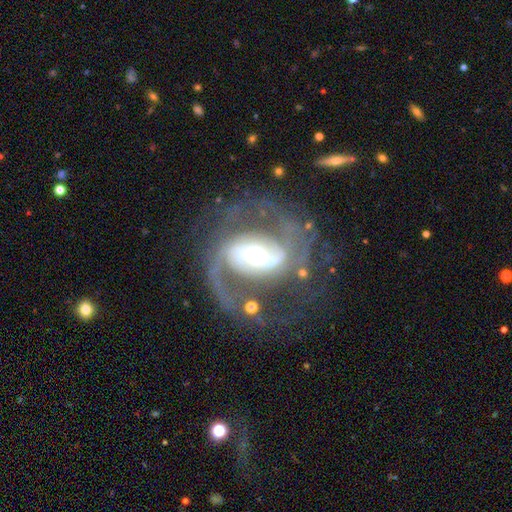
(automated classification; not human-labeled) A featured or disk galaxy (90%) with a strong bar (35%, tied with weak), 2 (83%) medium (53%) spiral arms (97%) and a moderate central bulge (49%).

Vote fractions:
- Smooth or featured? featured or disk: 90% / star or artifact: 5% / smooth: 4%
- Edge-on disk? no: 97% / yes: 3%
- Bar? strong: 35% (tied) / weak: 35% (tied) / no: 30%
- Spiral arms? yes: 97% / no: 3%
- Spiral winding? medium: 53% / loose: 25% / tight: 22%
- Spiral arm count? 2: 83% / 3: 5% / can't tell: 5% / 1: 3% / 4: 2% / more than 4: 2%
- Bulge size? moderate: 49% / small: 37% / large: 10% / dominant: 2% / none: 1%
- Merging? none: 63% / major disturbance: 18% / minor disturbance: 15% / merger: 5%